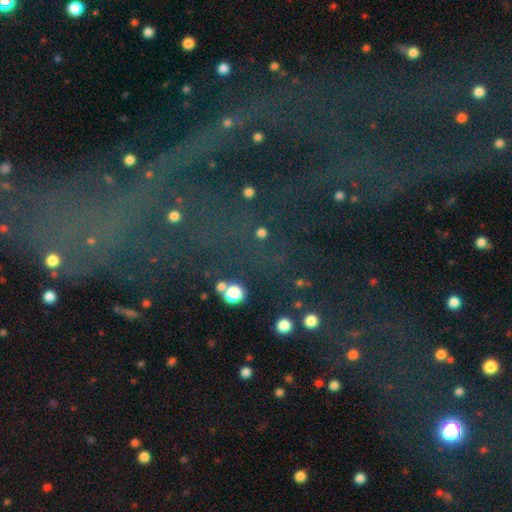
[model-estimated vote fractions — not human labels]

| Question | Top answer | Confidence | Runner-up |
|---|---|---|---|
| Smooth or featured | star or artifact | 72% | featured or disk (15%) |